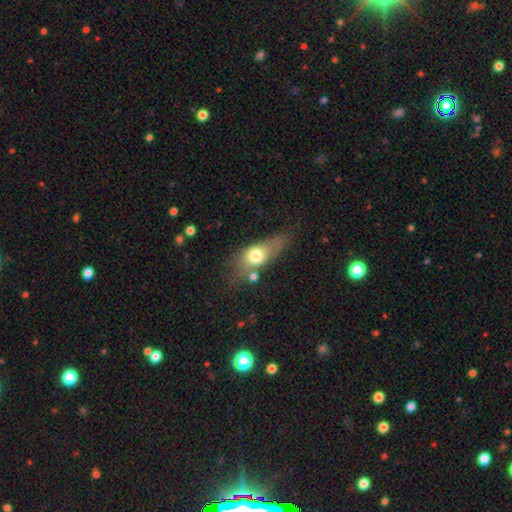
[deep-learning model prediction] Smooth or featured?
  - smooth: 66% *
  - featured or disk: 25%
  - star or artifact: 9%
How rounded?
  - in between: 67% *
  - round: 17%
  - cigar-shaped: 16%
Merging?
  - none: 49% *
  - minor disturbance: 25%
  - major disturbance: 14%
  - merger: 11%